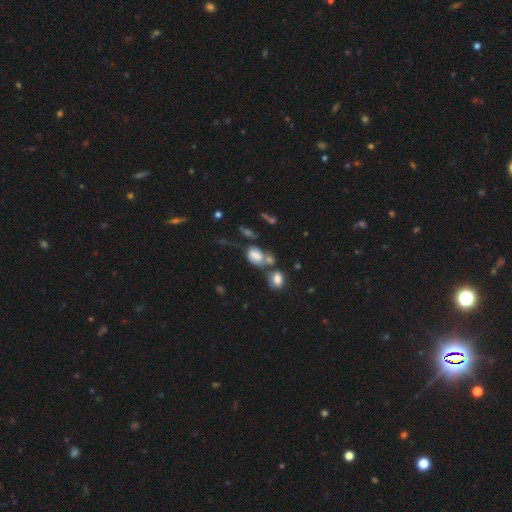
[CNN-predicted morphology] Smooth or featured? Predicted: smooth (p=0.67). How rounded? Predicted: in between (p=0.74). Merging? Predicted: merger (p=0.44).